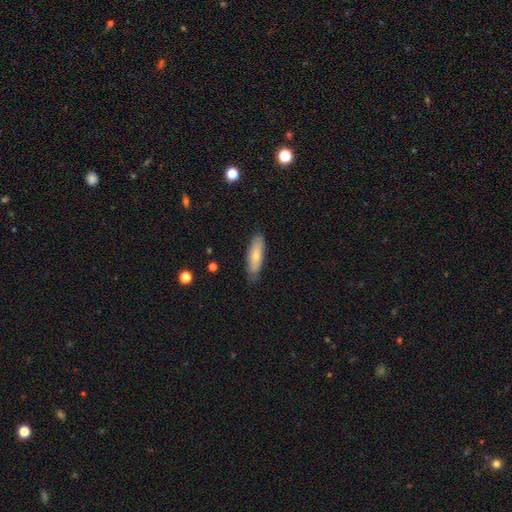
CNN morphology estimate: A smooth galaxy with no disk features (70%) that is in between round and cigar-shaped (51%).

Vote fractions:
- Smooth or featured? smooth: 70% / featured or disk: 24% / star or artifact: 6%
- How rounded? in between: 51% / cigar-shaped: 47% / round: 2%
- Merging? none: 80% / minor disturbance: 16% / major disturbance: 3% / merger: 1%